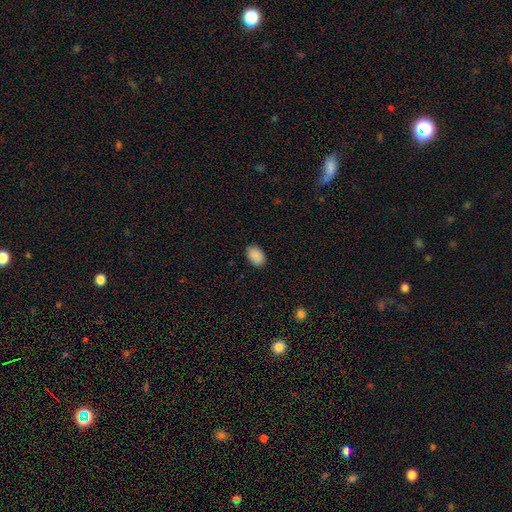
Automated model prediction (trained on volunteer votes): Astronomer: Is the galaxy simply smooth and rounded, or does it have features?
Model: smooth — 90%.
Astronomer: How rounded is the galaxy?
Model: in between — 87%.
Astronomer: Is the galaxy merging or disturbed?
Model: none — 88%.